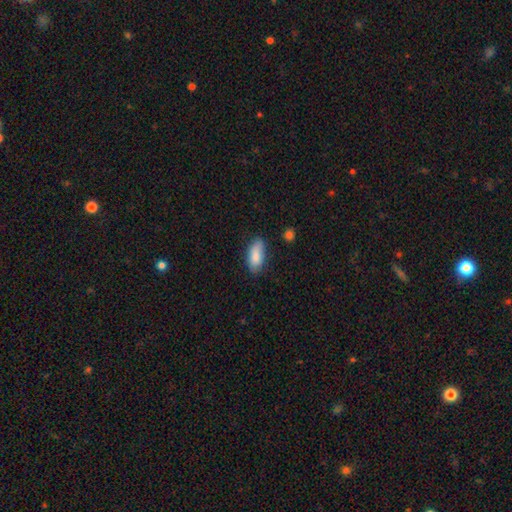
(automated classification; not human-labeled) Q: Smooth or featured?
A: smooth (86%); runner-up: featured or disk (8%)
Q: How rounded?
A: in between (86%); runner-up: cigar-shaped (12%)
Q: Merging?
A: none (74%); runner-up: minor disturbance (20%)